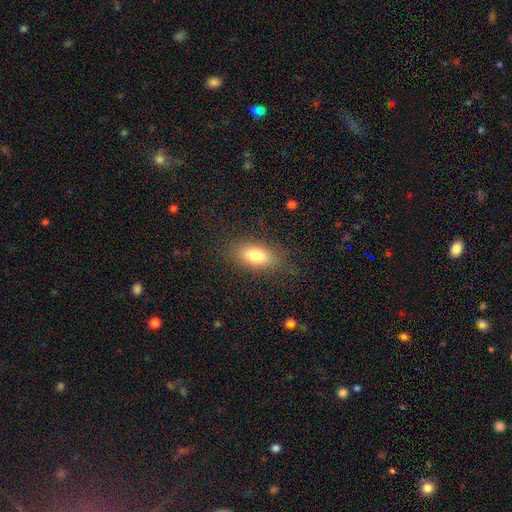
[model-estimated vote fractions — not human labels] Smooth or featured? Predicted: smooth (p=0.81). How rounded? Predicted: in between (p=0.86). Merging? Predicted: none (p=0.80).